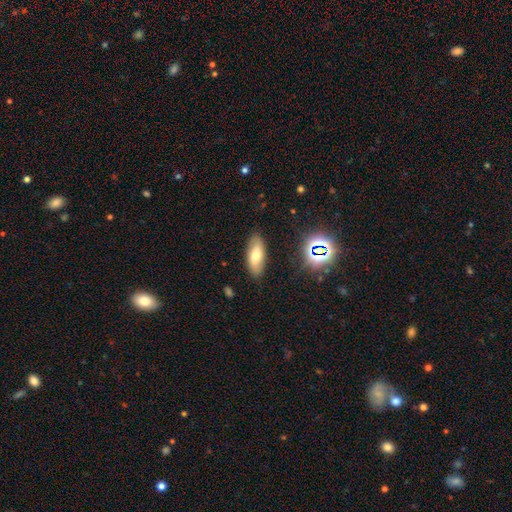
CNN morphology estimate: Smooth or featured? Predicted: smooth (p=0.65). How rounded? Predicted: in between (p=0.78). Merging? Predicted: none (p=0.85).